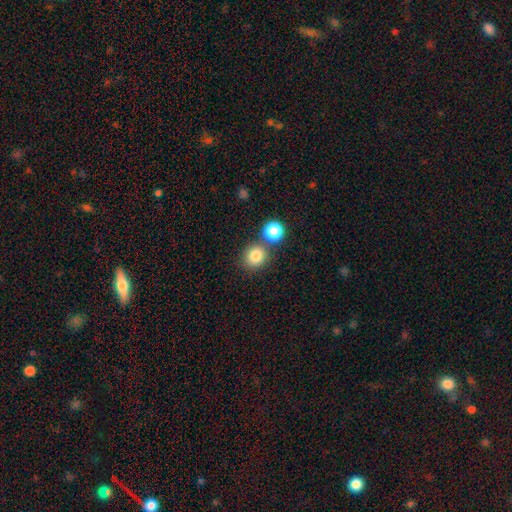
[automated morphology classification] Smooth or featured?
  - smooth: 83% *
  - star or artifact: 11%
  - featured or disk: 6%
How rounded?
  - round: 83% *
  - in between: 16%
  - cigar-shaped: 1%
Merging?
  - none: 67% *
  - merger: 22%
  - minor disturbance: 9%
  - major disturbance: 3%